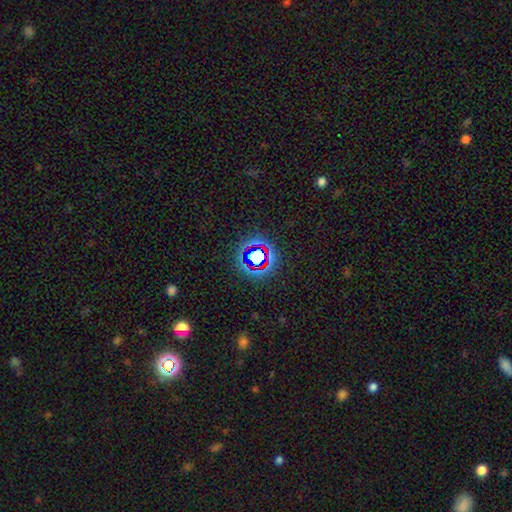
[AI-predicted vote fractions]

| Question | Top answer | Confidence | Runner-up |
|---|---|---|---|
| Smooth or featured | star or artifact | 67% | smooth (21%) |